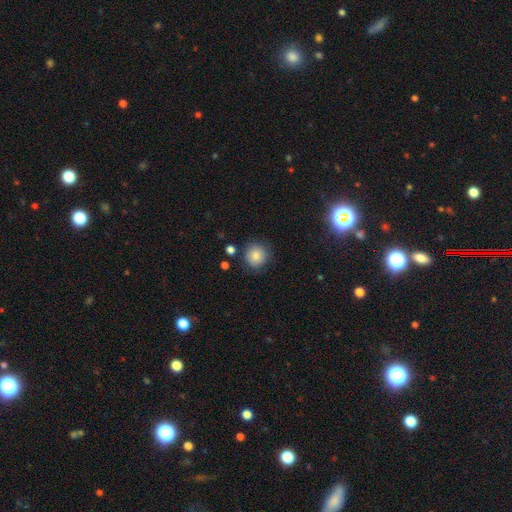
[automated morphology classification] Smooth or featured: smooth — 83% (star or artifact — 10%)
How rounded: round — 91% (in between — 8%)
Merging: none — 84% (minor disturbance — 10%)